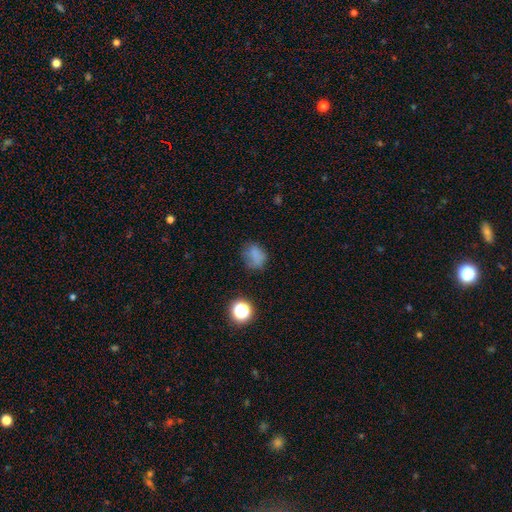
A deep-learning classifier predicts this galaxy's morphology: A smooth galaxy with no disk features (69%) that is round (52%).

Vote fractions:
- Smooth or featured? smooth: 69% / star or artifact: 17% / featured or disk: 14%
- How rounded? round: 52% / in between: 47% / cigar-shaped: 1%
- Merging? none: 55% / minor disturbance: 26% / major disturbance: 15% / merger: 4%